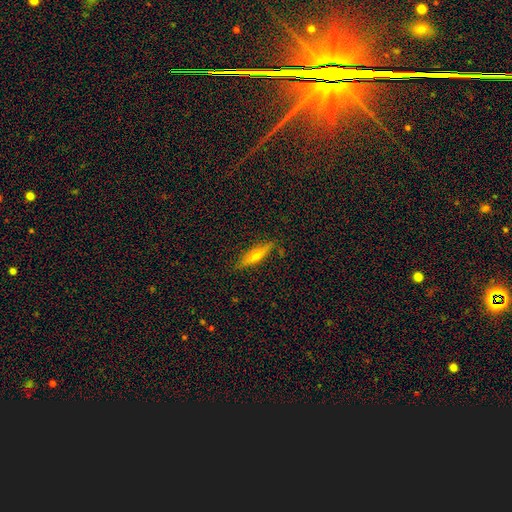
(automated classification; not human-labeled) The model was most divided on "smooth or featured": featured or disk: 48%, smooth: 45%, star or artifact: 7%. More confident: merging — none (84%).